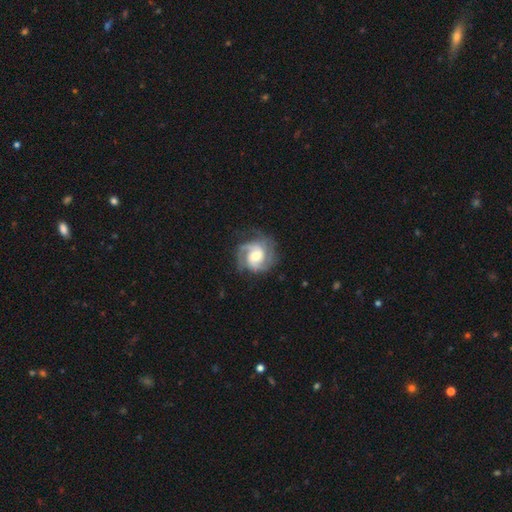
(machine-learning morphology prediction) Smooth or featured: featured or disk — 87% (smooth — 8%)
Edge-on disk: no — 98% (yes — 2%)
Bar: no — 57% (weak — 35%)
Spiral arms: yes — 97% (no — 3%)
Spiral winding: tight — 48% (medium — 42%)
Spiral arm count: 2 — 47% (3 — 30%)
Bulge size: moderate — 59% (small — 22%)
Merging: none — 73% (minor disturbance — 17%)